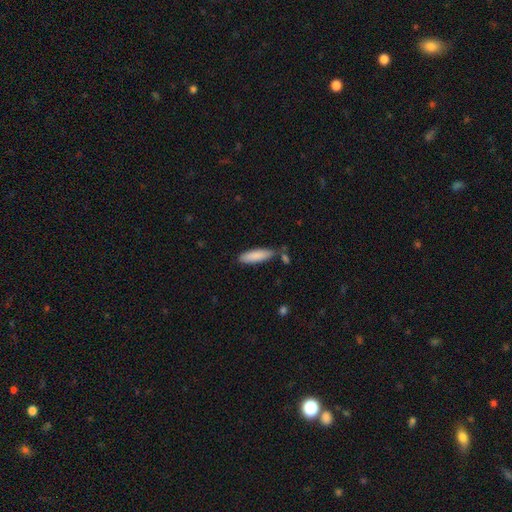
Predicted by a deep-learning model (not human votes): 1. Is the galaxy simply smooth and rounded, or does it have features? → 87% smooth, 8% featured or disk, 6% star or artifact.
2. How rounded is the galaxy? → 61% cigar-shaped, 38% in between, 1% round.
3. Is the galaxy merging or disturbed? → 76% none, 15% minor disturbance, 5% merger, 3% major disturbance.